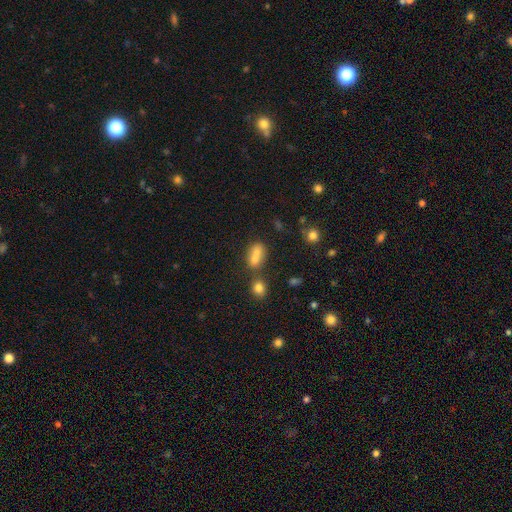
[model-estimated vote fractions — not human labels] Smooth or featured: smooth — 71% (featured or disk — 15%)
How rounded: in between — 61% (round — 36%)
Merging: merger — 59% (none — 28%)